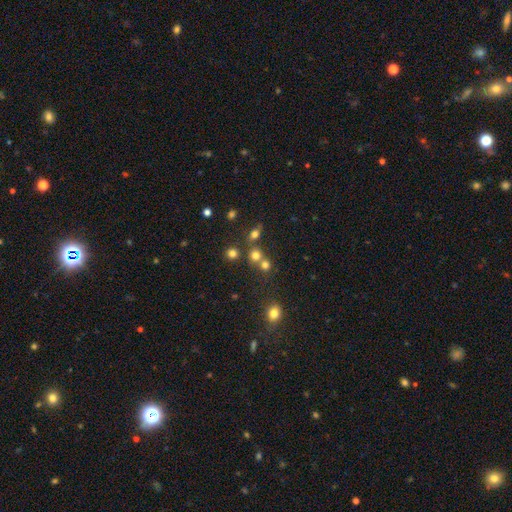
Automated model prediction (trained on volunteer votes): The model was most divided on "merging": none: 58%, merger: 31%, minor disturbance: 7%, major disturbance: 3%. More confident: how rounded — round (85%); smooth or featured — smooth (71%).